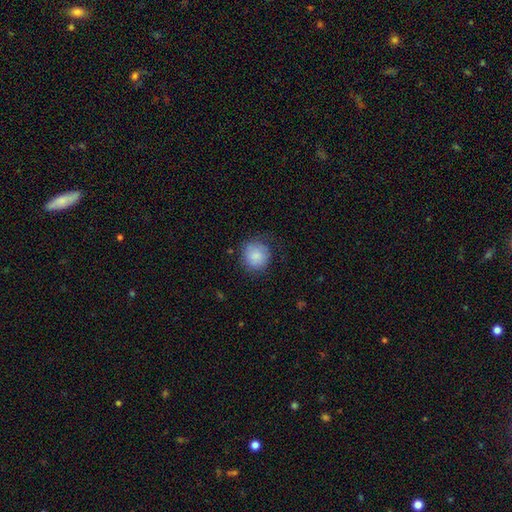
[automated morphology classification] Q: Smooth or featured?
A: smooth (84%); runner-up: featured or disk (9%)
Q: How rounded?
A: round (90%); runner-up: in between (9%)
Q: Merging?
A: none (71%); runner-up: minor disturbance (20%)